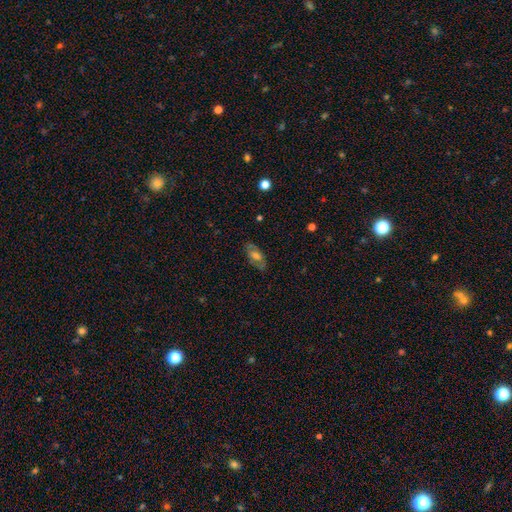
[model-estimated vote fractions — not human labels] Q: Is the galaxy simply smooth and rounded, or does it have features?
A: smooth — 47%.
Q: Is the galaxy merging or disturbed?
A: none — 80%.